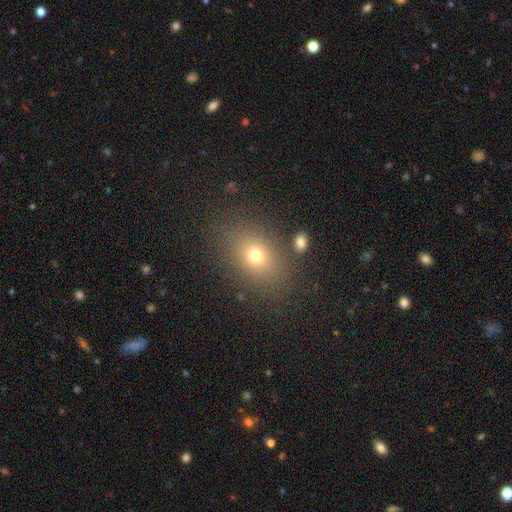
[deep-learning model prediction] Smooth or featured? smooth (72%)
How rounded? in between (69%)
Merging? none (82%)